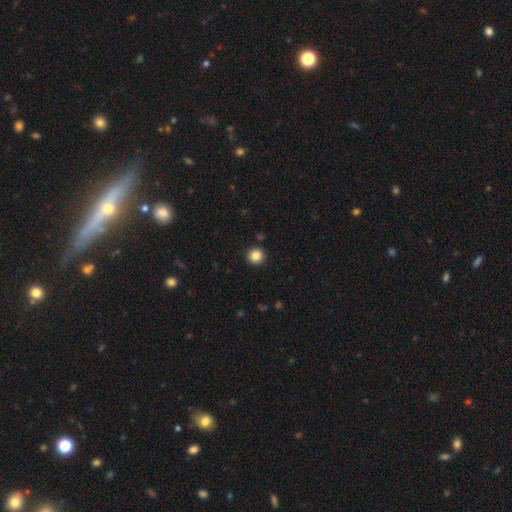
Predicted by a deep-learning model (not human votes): Q: Smooth or featured?
A: smooth (85%); runner-up: star or artifact (10%)
Q: How rounded?
A: round (95%); runner-up: in between (4%)
Q: Merging?
A: none (93%); runner-up: minor disturbance (5%)